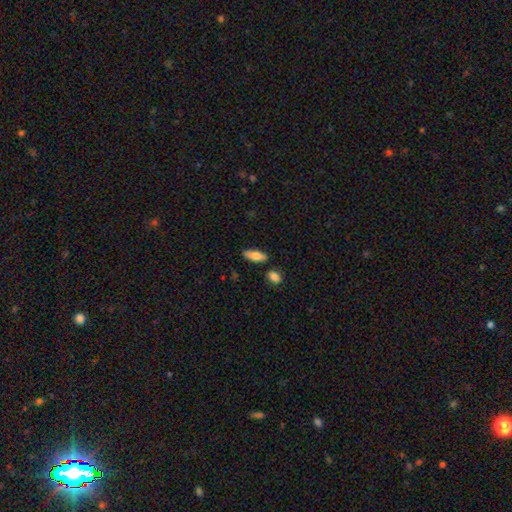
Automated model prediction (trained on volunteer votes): A smooth galaxy with no disk features (78%) that is in between round and cigar-shaped (74%).

Vote fractions:
- Smooth or featured? smooth: 78% / featured or disk: 16% / star or artifact: 6%
- How rounded? in between: 74% / cigar-shaped: 23% / round: 3%
- Merging? none: 82% / minor disturbance: 11% / merger: 4% / major disturbance: 2%